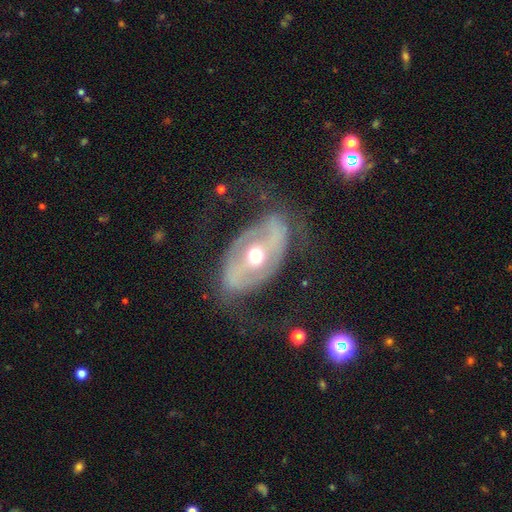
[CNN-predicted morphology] A featured or disk galaxy (76%) with no bar (44%), spiral arms (58%) and a moderate central bulge (73%). Merging: none (60%).